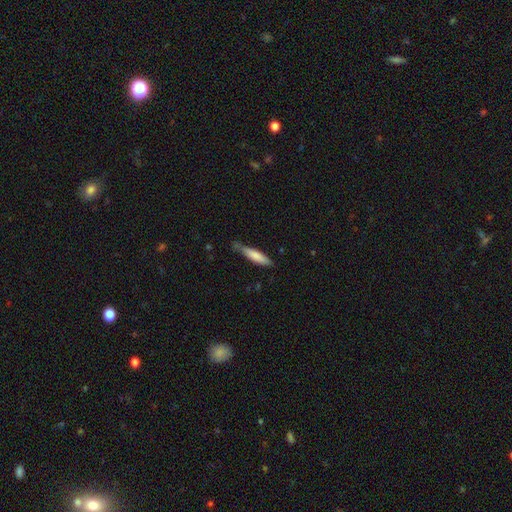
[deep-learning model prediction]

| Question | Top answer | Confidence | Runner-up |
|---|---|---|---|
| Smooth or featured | smooth | 76% | featured or disk (19%) |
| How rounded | cigar-shaped | 82% | in between (17%) |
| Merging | none | 63% | minor disturbance (29%) |